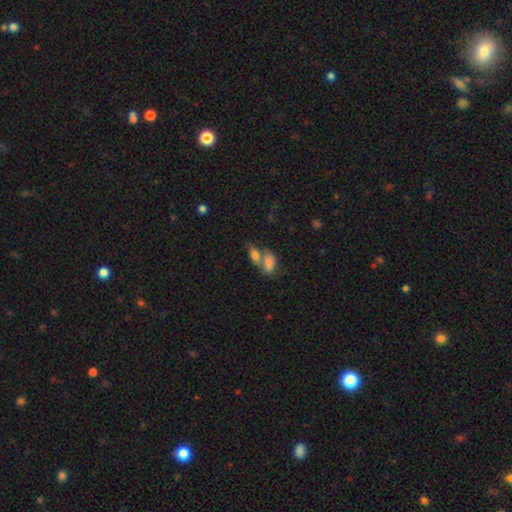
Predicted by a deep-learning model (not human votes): smooth 75%, featured or disk 14%, star or artifact 11%. Down the decision tree: how rounded — in between (85%); merging — merger (61%).